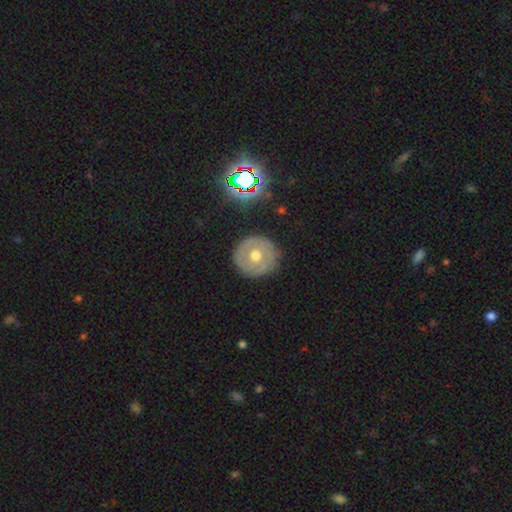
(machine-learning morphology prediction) A featured or disk galaxy (49%). Merging: none (86%).